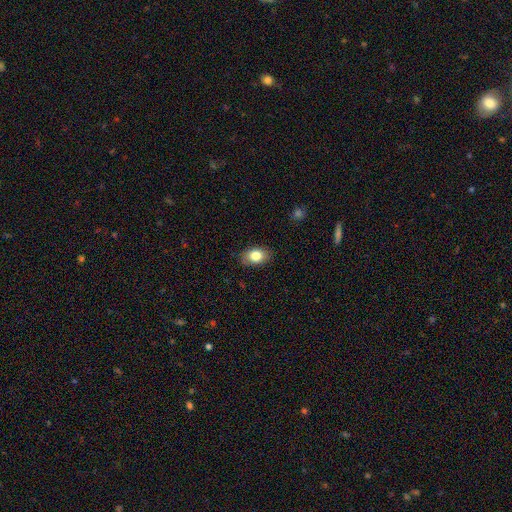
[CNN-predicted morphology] smooth_or_featured: smooth (p=0.82) [alt: featured or disk p=0.09]
how_rounded: in between (p=0.77) [alt: round p=0.22]
merging: none (p=0.83) [alt: minor disturbance p=0.13]